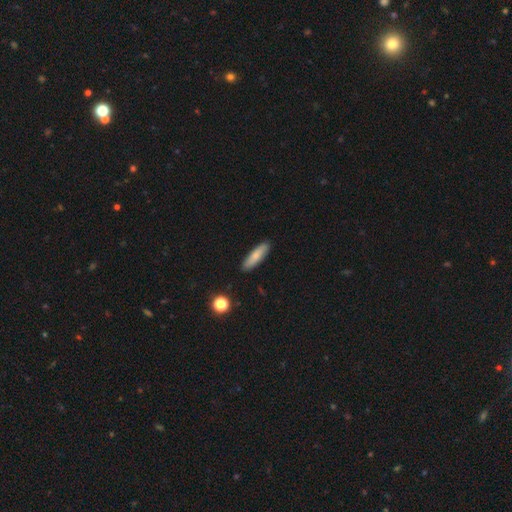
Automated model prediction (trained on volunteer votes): Smooth or featured? Predicted: smooth (p=0.75). How rounded? Predicted: cigar-shaped (p=0.67). Merging? Predicted: none (p=0.89).